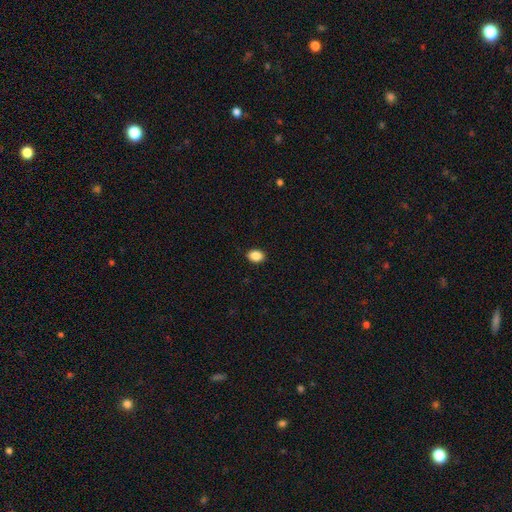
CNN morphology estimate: Overall: smooth (88%). How rounded: in between (73%). Merging: none (90%).